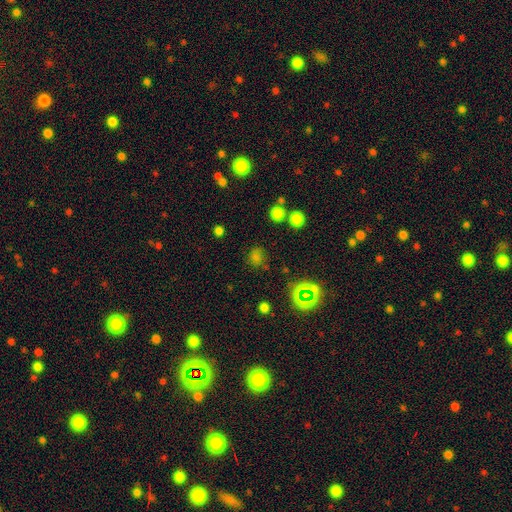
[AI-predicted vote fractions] Smooth or featured? Predicted: smooth (p=0.61). How rounded? Predicted: round (p=0.73). Merging? Predicted: none (p=0.73).